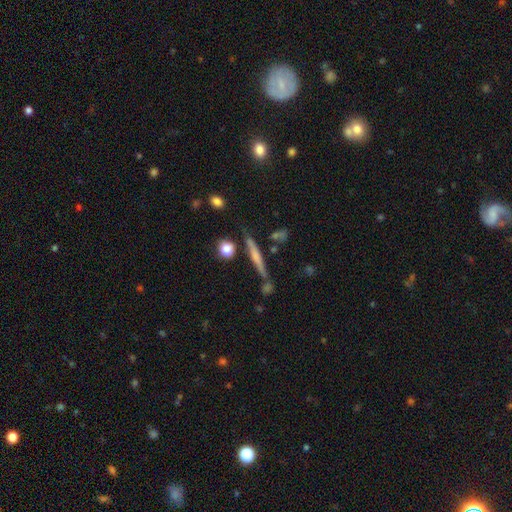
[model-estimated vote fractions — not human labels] smooth-or-featured: featured or disk: 49% | smooth: 42% | star or artifact: 8%
  merging: none: 76% | minor disturbance: 13% | merger: 7% | major disturbance: 4%